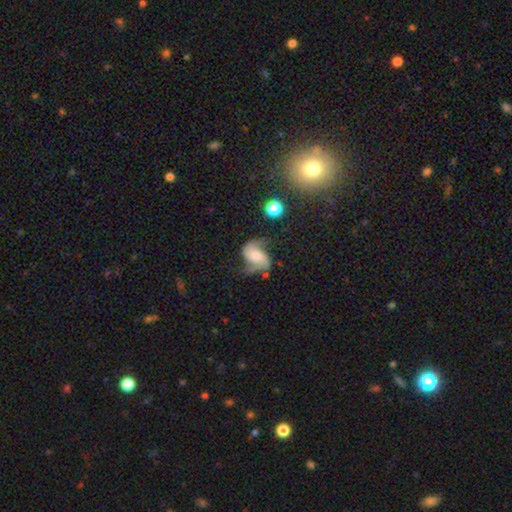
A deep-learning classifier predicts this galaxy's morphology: Smooth or featured: featured or disk — 77% (smooth — 15%)
Edge-on disk: no — 97% (yes — 3%)
Bar: no — 56% (weak — 32%)
Spiral arms: yes — 95% (no — 5%)
Spiral winding: loose — 56% (medium — 35%)
Spiral arm count: 2 — 91% (can't tell — 3%)
Bulge size: moderate — 34% (small — 28%)
Merging: none — 55% (minor disturbance — 23%)